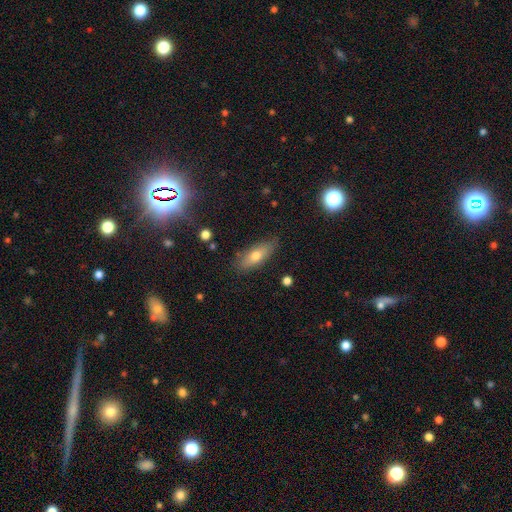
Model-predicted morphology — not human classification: A smooth galaxy with no disk features (66%) that is in between round and cigar-shaped (67%).

Vote fractions:
- Smooth or featured? smooth: 66% / featured or disk: 26% / star or artifact: 7%
- How rounded? in between: 67% / cigar-shaped: 30% / round: 3%
- Merging? none: 81% / minor disturbance: 15% / major disturbance: 3% / merger: 2%